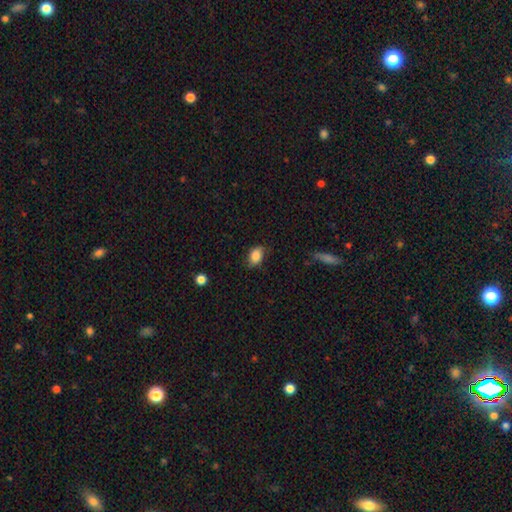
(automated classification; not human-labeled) This is clearly a smooth galaxy (85%). How rounded: likely in between (79%). Merging: likely none (75%).